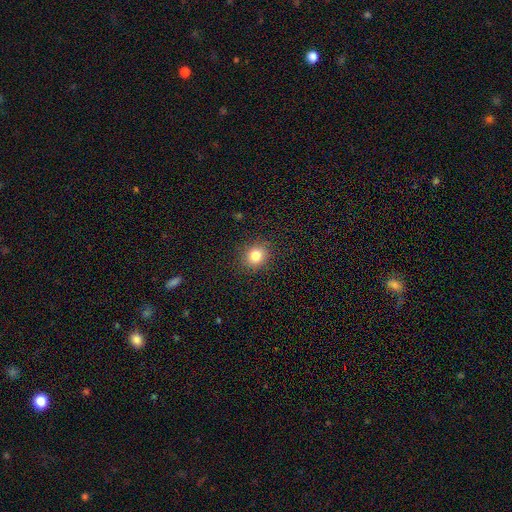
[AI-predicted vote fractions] Overall: smooth (82%). How rounded: round (75%). Merging: none (89%).